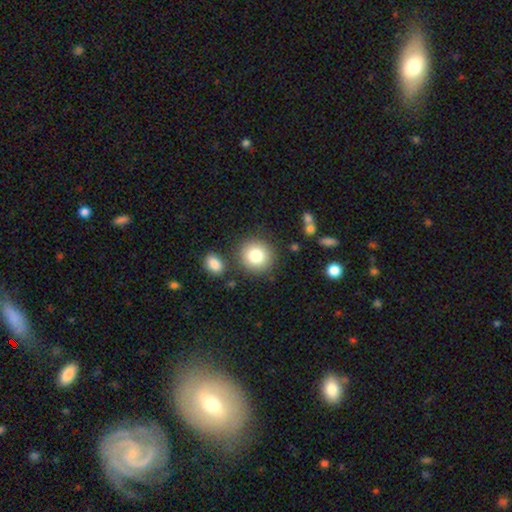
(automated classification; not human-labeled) smooth_or_featured: smooth (p=0.82) [alt: featured or disk p=0.09]
how_rounded: round (p=0.89) [alt: in between p=0.10]
merging: none (p=0.81) [alt: minor disturbance p=0.08]